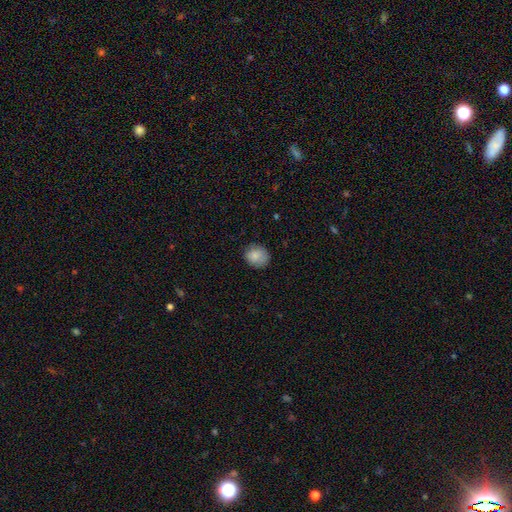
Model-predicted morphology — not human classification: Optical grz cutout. It shows a smooth galaxy with no disk features (85%) that is round (72%). Merging: none (81%).